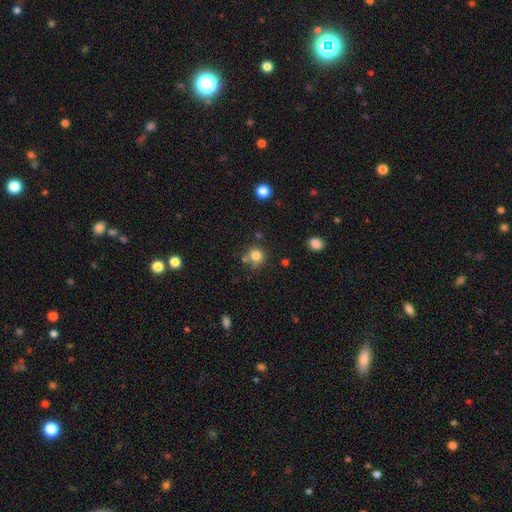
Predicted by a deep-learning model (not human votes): Morphology: type=smooth (80%); roundness=round (90%); merging=none (69%).